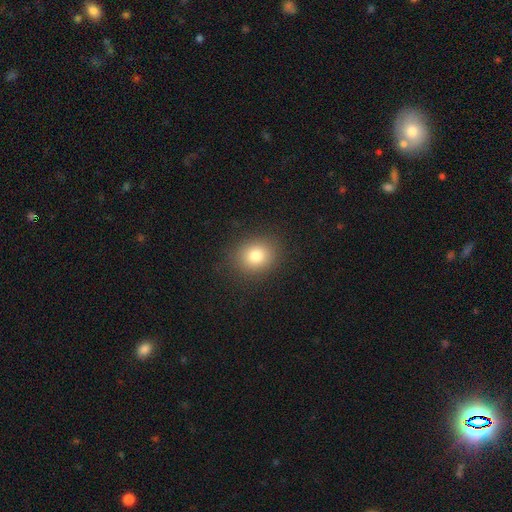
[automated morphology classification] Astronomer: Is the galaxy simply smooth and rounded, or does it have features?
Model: smooth — 79%.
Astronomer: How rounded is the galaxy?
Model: round — 68%.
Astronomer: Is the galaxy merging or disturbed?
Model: none — 87%.